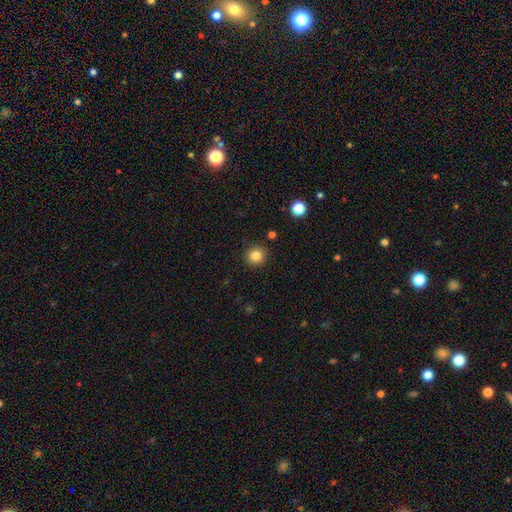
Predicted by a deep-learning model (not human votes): This appears to be a smooth galaxy with no disk features (84%) that is round (92%). Merging: none (90%).